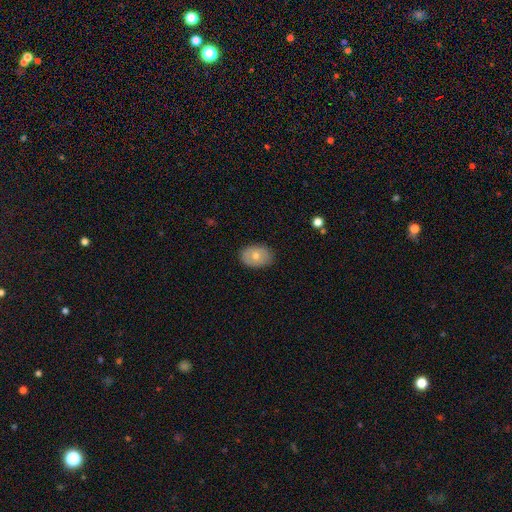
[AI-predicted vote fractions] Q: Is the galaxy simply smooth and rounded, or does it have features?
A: smooth — 66%.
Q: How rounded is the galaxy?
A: in between — 77%.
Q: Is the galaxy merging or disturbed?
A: none — 83%.